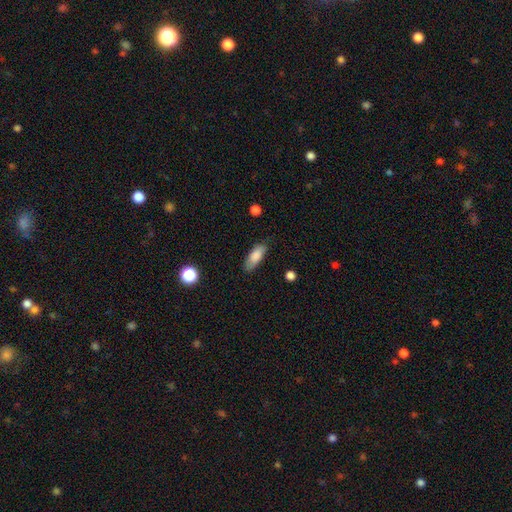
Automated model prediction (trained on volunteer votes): smooth-or-featured: smooth: 83% | featured or disk: 10% | star or artifact: 7%
  how-rounded: in between: 74% | cigar-shaped: 24% | round: 2%
  merging: none: 79% | minor disturbance: 16% | major disturbance: 4% | merger: 1%